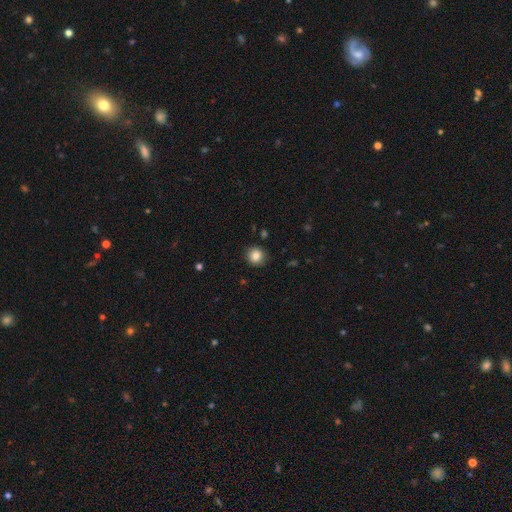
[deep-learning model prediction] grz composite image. It shows a smooth galaxy with no disk features (85%) that is round (91%). Merging: none (90%).